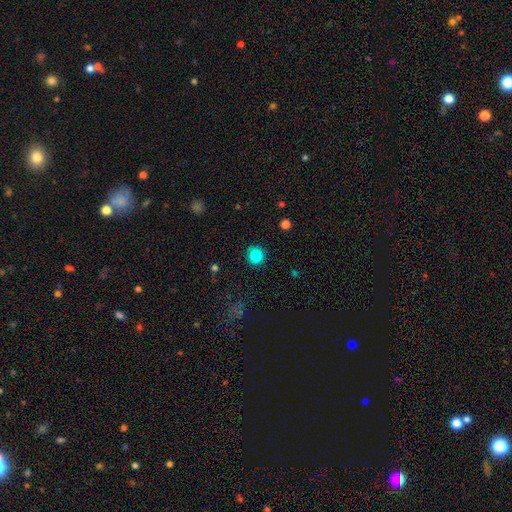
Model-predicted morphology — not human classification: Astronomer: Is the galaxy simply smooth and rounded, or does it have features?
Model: smooth — 87%.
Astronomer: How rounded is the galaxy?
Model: round — 90%.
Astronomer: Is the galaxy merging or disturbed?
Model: none — 90%.